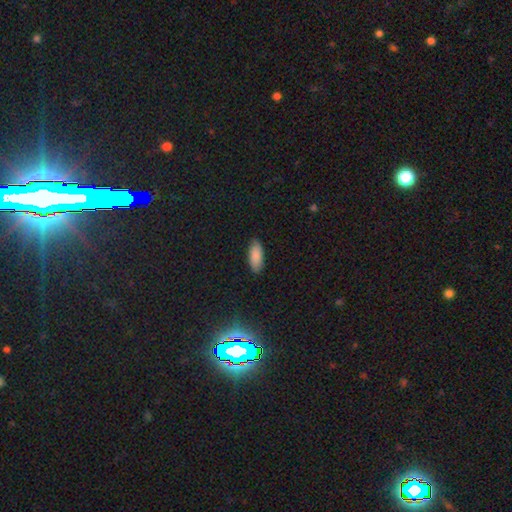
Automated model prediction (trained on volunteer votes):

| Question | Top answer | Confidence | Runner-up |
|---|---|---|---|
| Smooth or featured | smooth | 87% | star or artifact (7%) |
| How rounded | in between | 80% | cigar-shaped (18%) |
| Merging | none | 86% | minor disturbance (11%) |